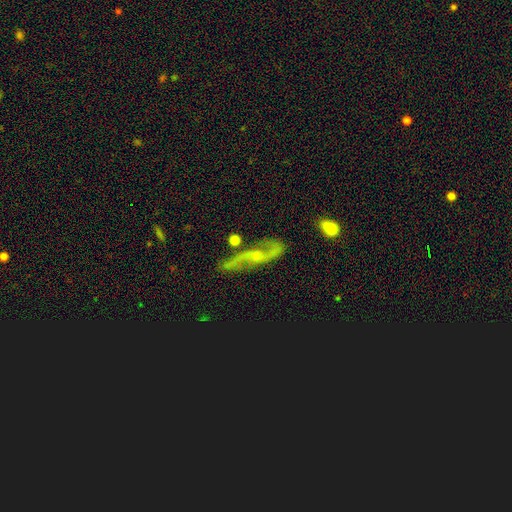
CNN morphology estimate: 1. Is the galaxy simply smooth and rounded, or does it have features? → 81% featured or disk, 10% smooth, 9% star or artifact.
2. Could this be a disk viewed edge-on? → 86% no, 14% yes.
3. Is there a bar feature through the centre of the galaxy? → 52% no, 36% weak, 12% strong.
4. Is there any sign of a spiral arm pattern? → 92% yes, 8% no.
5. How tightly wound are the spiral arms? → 75% loose, 19% medium, 6% tight.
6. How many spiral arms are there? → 92% 2, 3% can't tell, 2% 1, 1% 3, 1% 4, 1% more than 4.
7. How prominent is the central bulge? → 65% small, 23% moderate, 9% none, 2% large, 1% dominant.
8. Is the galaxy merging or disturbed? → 66% none, 19% minor disturbance, 10% major disturbance, 5% merger.